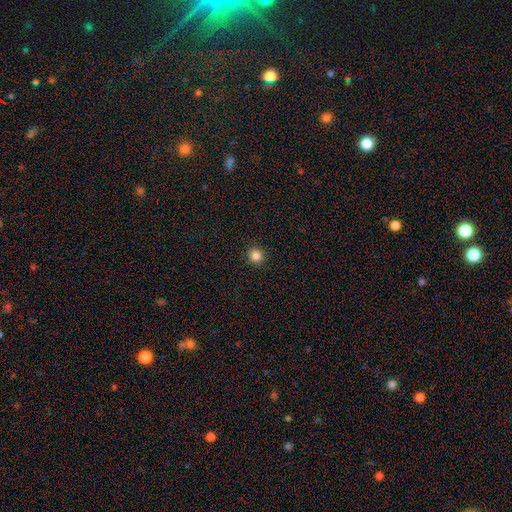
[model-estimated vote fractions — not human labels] smooth_or_featured: smooth (p=0.84) [alt: star or artifact p=0.12]
how_rounded: round (p=0.94) [alt: in between p=0.05]
merging: none (p=0.92) [alt: minor disturbance p=0.05]